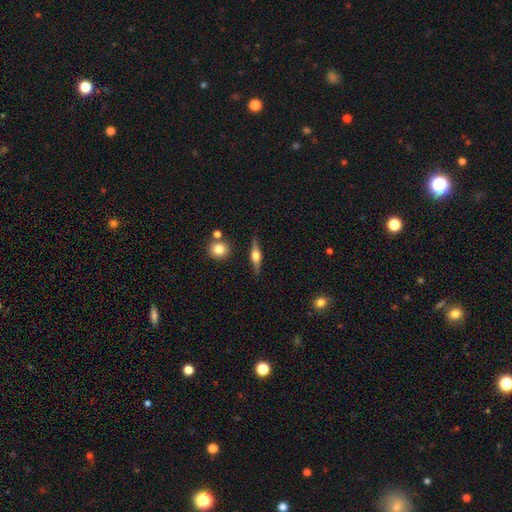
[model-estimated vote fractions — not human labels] A featured or disk galaxy (67%) viewed edge-on (95%) with a rounded central bulge (93%). Merging: none (85%).